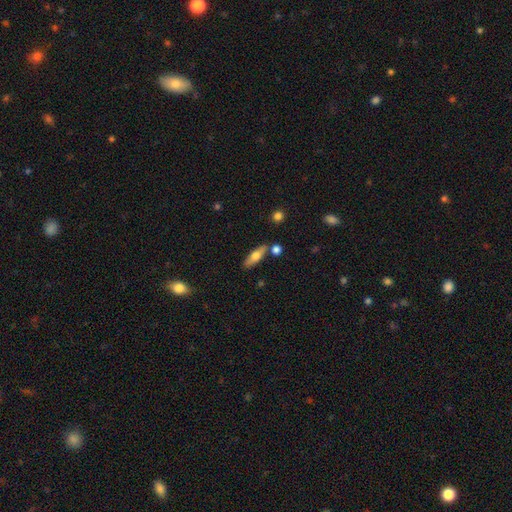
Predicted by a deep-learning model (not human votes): This is possibly a smooth galaxy (58%). How rounded: possibly cigar-shaped (51%). Merging: likely none (77%).